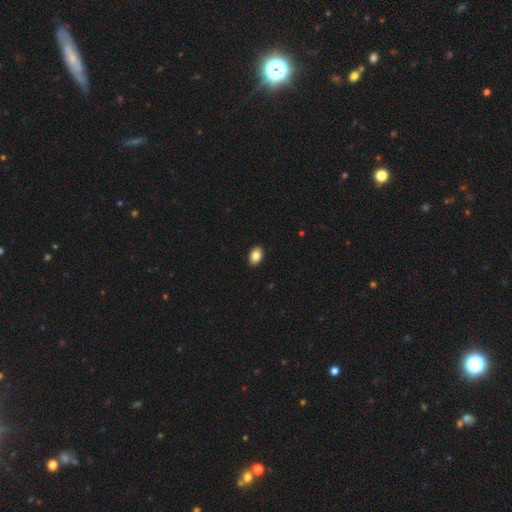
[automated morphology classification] smooth-or-featured: smooth: 85% | star or artifact: 8% | featured or disk: 7%
  how-rounded: in between: 87% | round: 12% | cigar-shaped: 1%
  merging: none: 91% | minor disturbance: 7% | major disturbance: 2% | merger: 1%